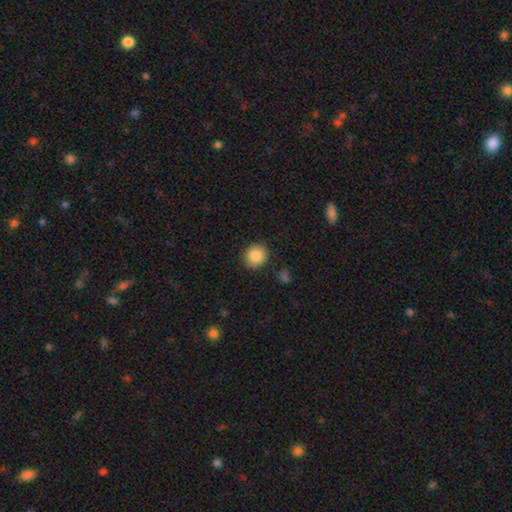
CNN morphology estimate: The model was most divided on "how rounded": round: 85%, in between: 14%, cigar-shaped: 1%. More confident: merging — none (89%); smooth or featured — smooth (87%).